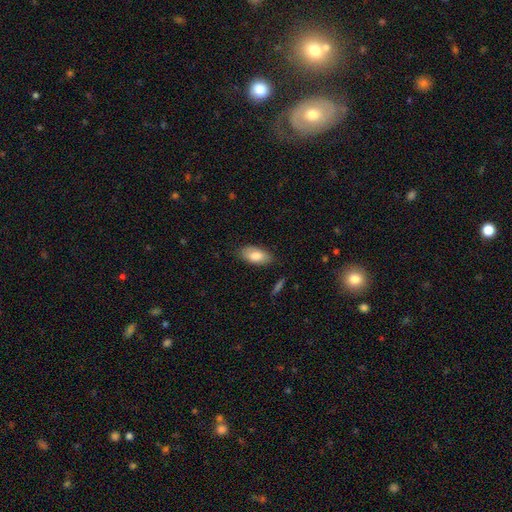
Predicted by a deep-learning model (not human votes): Morphology: type=smooth (82%); roundness=in between (92%); merging=none (80%).